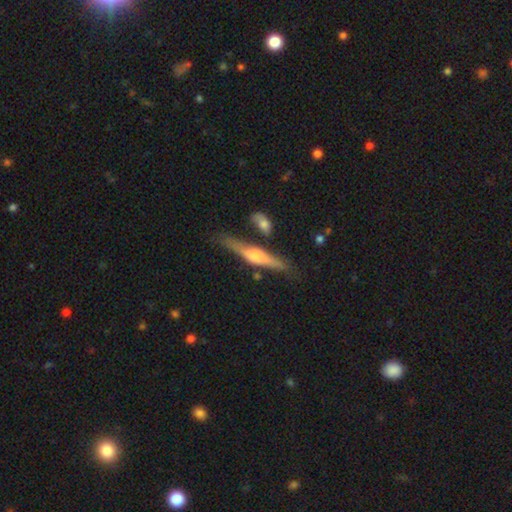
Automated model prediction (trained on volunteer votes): The model was most divided on "smooth or featured": featured or disk: 66%, smooth: 29%, star or artifact: 6%. More confident: edge-on disk — yes (94%); edge-on bulge — rounded (82%); merging — none (69%).